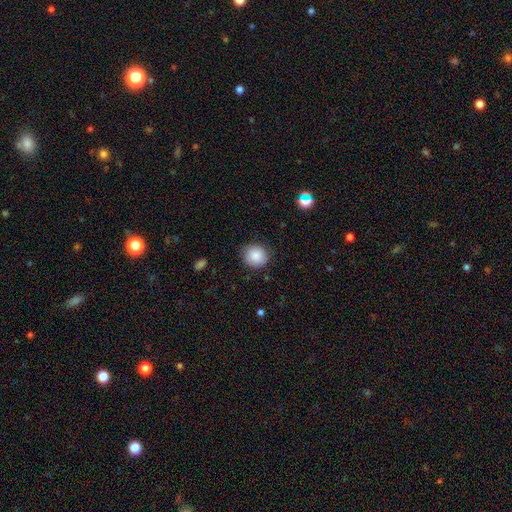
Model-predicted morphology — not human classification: This appears to be a smooth galaxy with no disk features (86%) that is round (90%). Merging: none (85%).